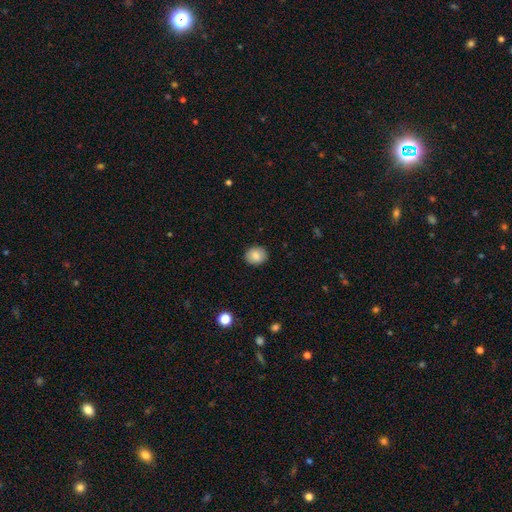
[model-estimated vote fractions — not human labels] smooth_or_featured: smooth (p=0.84) [alt: featured or disk p=0.08]
how_rounded: round (p=0.66) [alt: in between p=0.33]
merging: none (p=0.89) [alt: minor disturbance p=0.08]